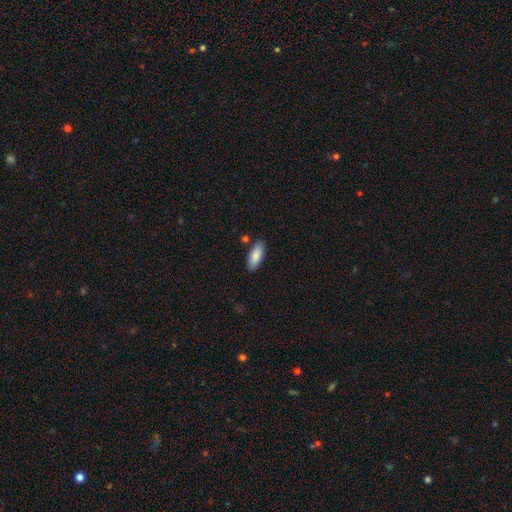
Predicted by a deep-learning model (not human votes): A smooth galaxy with no disk features (87%) that is in between round and cigar-shaped (84%).

Vote fractions:
- Smooth or featured? smooth: 87% / featured or disk: 7% / star or artifact: 6%
- How rounded? in between: 84% / cigar-shaped: 14% / round: 2%
- Merging? none: 84% / minor disturbance: 10% / merger: 4% / major disturbance: 2%